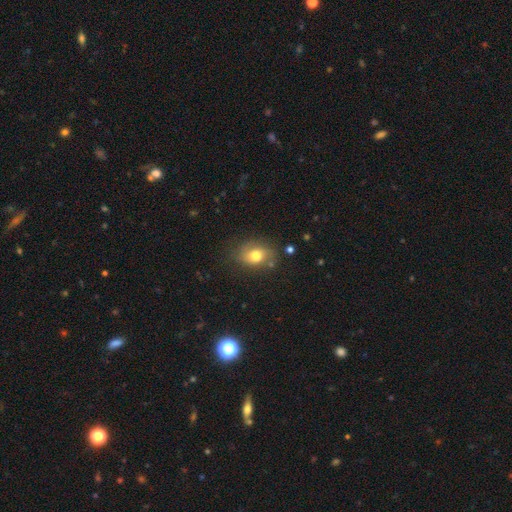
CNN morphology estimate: smooth 72%, featured or disk 18%, star or artifact 10%. Down the decision tree: how rounded — in between (63%); merging — none (70%).